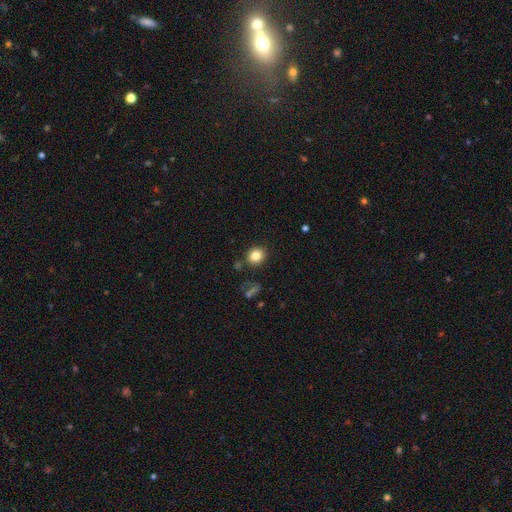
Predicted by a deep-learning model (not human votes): A smooth galaxy with no disk features (83%) that is round (77%). Merging: none (85%).